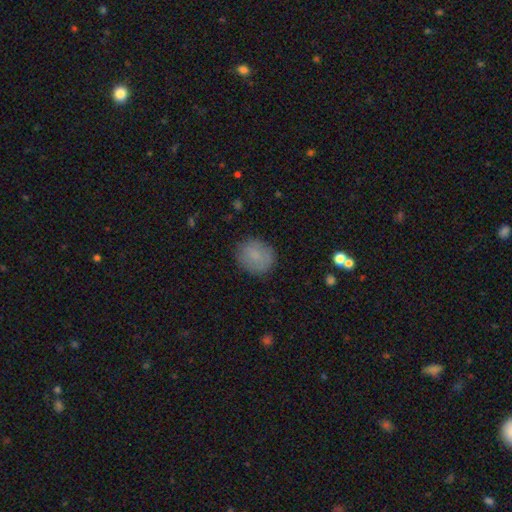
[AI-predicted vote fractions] Smooth or featured?
  - smooth: 82% *
  - featured or disk: 9%
  - star or artifact: 8%
How rounded?
  - round: 78% *
  - in between: 21%
  - cigar-shaped: 1%
Merging?
  - none: 85% *
  - minor disturbance: 11%
  - major disturbance: 3%
  - merger: 1%